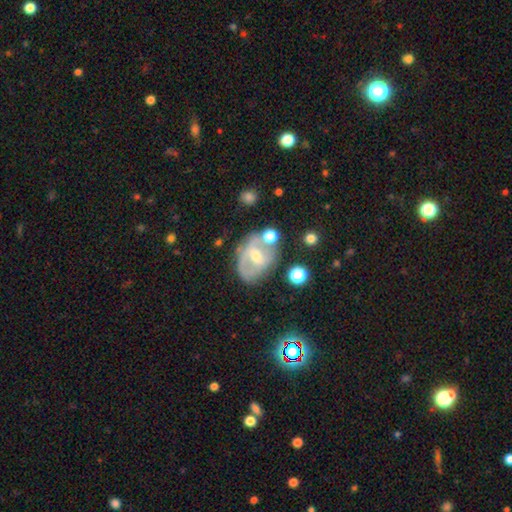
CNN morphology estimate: smooth-or-featured: featured or disk: 63% | smooth: 27% | star or artifact: 10%
  disk-edge-on: no: 94% | yes: 6%
    bar: weak: 42% | strong: 29% | no: 29%
    has-spiral-arms: yes: 54% | no: 46%
    bulge-size: moderate: 48% | small: 45% | none: 3% | large: 3% | dominant: 1%
  merging: none: 53% | minor disturbance: 24% | major disturbance: 12% | merger: 12%